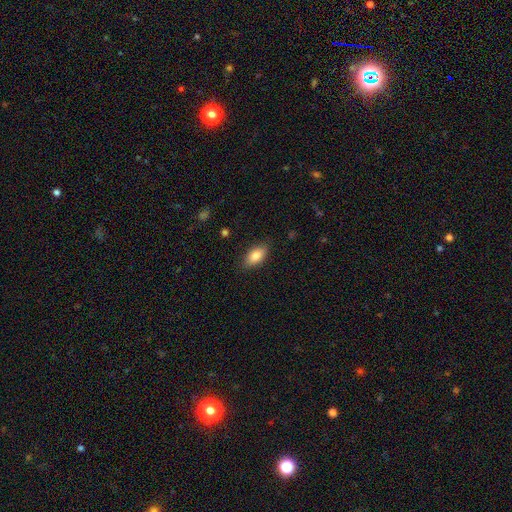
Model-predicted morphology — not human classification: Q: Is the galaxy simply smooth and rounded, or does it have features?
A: smooth — 82%.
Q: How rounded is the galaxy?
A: in between — 89%.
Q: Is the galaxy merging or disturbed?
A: none — 85%.